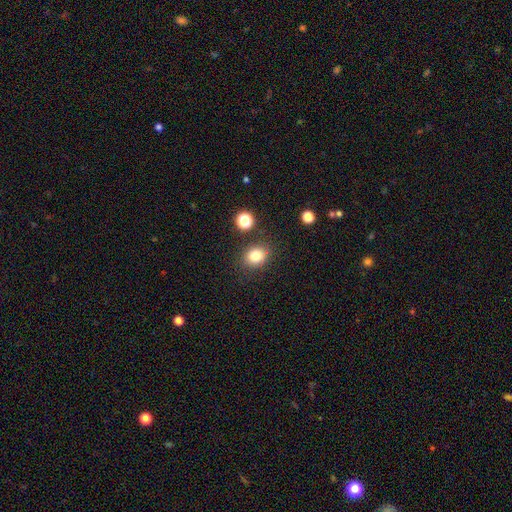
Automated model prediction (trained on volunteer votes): Smooth or featured?
  - smooth: 81% *
  - star or artifact: 12%
  - featured or disk: 7%
How rounded?
  - round: 59% *
  - in between: 40%
  - cigar-shaped: 1%
Merging?
  - none: 83% *
  - minor disturbance: 10%
  - merger: 4%
  - major disturbance: 3%